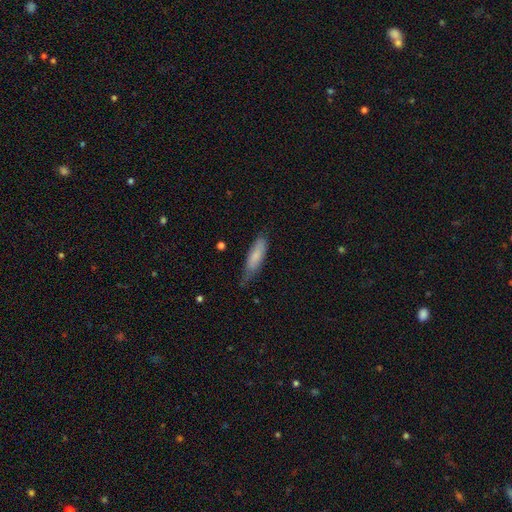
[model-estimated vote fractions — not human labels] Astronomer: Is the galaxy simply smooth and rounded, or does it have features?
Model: smooth — 77%.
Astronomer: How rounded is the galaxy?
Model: cigar-shaped — 55% (runner-up: in between, 44%).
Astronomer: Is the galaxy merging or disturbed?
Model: none — 59%.